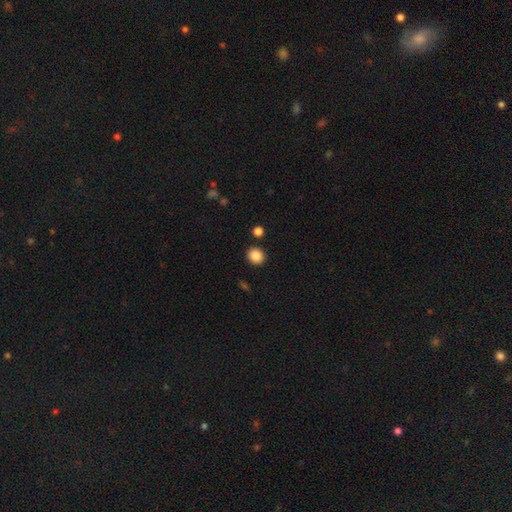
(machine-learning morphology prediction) smooth 87%, star or artifact 9%, featured or disk 4%. Down the decision tree: how rounded — round (84%); merging — none (90%).